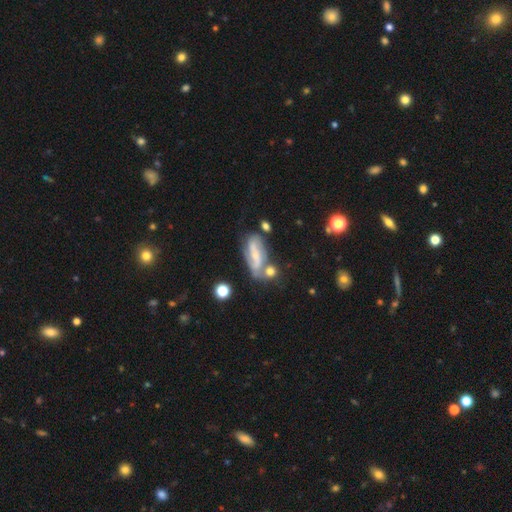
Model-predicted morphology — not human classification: Smooth or featured: featured or disk — 70% (smooth — 21%)
Edge-on disk: no — 89% (yes — 11%)
Bar: weak — 38% (strong — 34%)
Spiral arms: yes — 88% (no — 12%)
Spiral winding: medium — 40% (loose — 37%)
Spiral arm count: 2 — 82% (can't tell — 10%)
Bulge size: small — 64% (moderate — 25%)
Merging: none — 55% (minor disturbance — 19%)